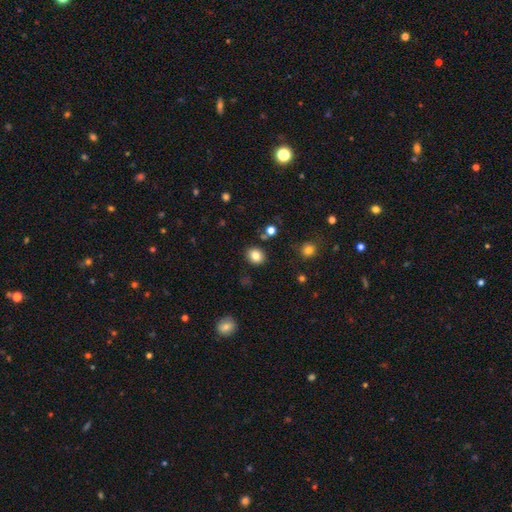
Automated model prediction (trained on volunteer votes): Smooth or featured?
  - smooth: 83% *
  - star or artifact: 11%
  - featured or disk: 6%
How rounded?
  - round: 73% *
  - in between: 26%
  - cigar-shaped: 1%
Merging?
  - none: 88% *
  - minor disturbance: 8%
  - merger: 2%
  - major disturbance: 2%